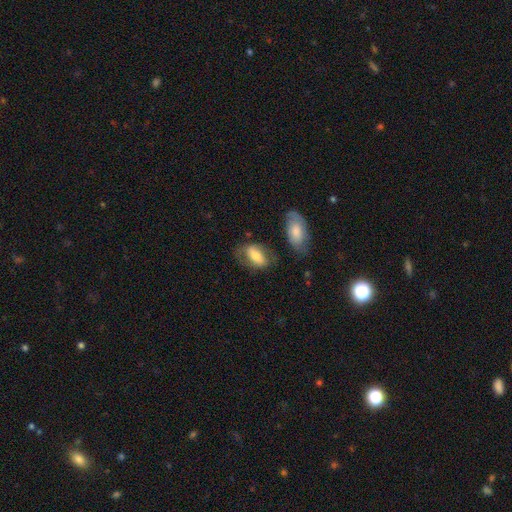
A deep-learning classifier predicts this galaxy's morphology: This appears to be a smooth galaxy with no disk features (61%) that is in between round and cigar-shaped (87%). Merging: none (58%).